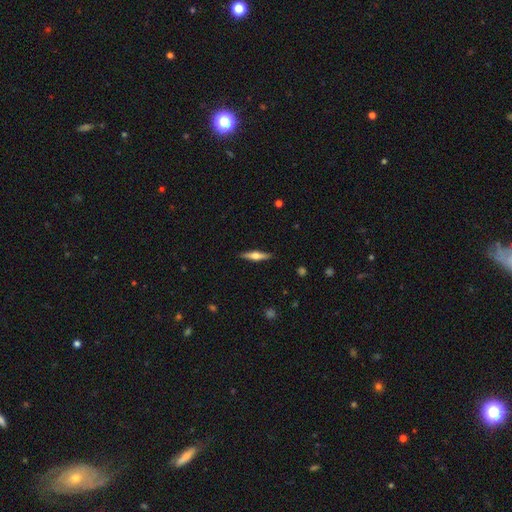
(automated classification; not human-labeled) smooth_or_featured: featured or disk (p=0.61) [alt: smooth p=0.33]
disk_edge_on: yes (p=0.97) [alt: no p=0.03]
edge_on_bulge: rounded (p=0.92) [alt: boxy p=0.05]
merging: none (p=0.91) [alt: minor disturbance p=0.07]